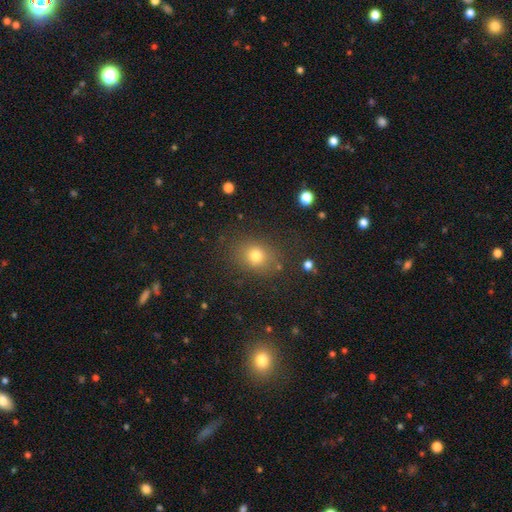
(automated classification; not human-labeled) Q: Smooth or featured?
A: smooth (75%); runner-up: star or artifact (16%)
Q: How rounded?
A: round (56%); runner-up: in between (43%)
Q: Merging?
A: none (81%); runner-up: minor disturbance (12%)